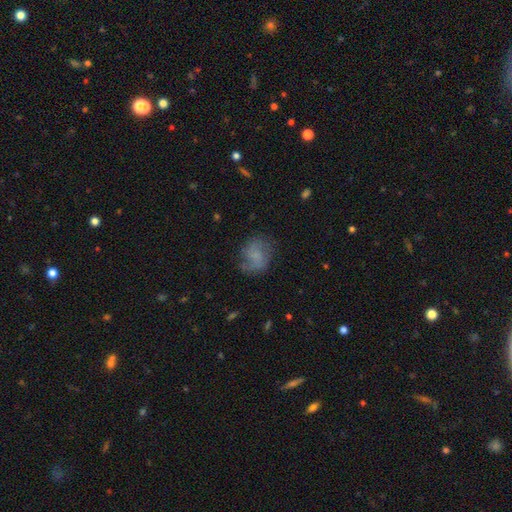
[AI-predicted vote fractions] This appears to be a smooth galaxy with no disk features (52%) that is round (55%). Merging: none (63%).